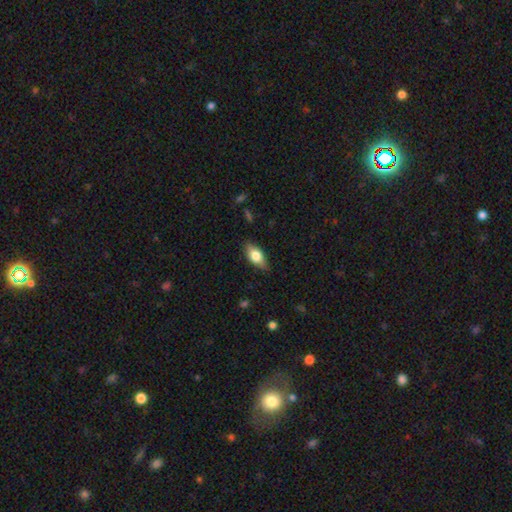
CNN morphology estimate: Smooth or featured: smooth — 67% (featured or disk — 26%)
How rounded: in between — 84% (cigar-shaped — 11%)
Merging: none — 83% (minor disturbance — 14%)